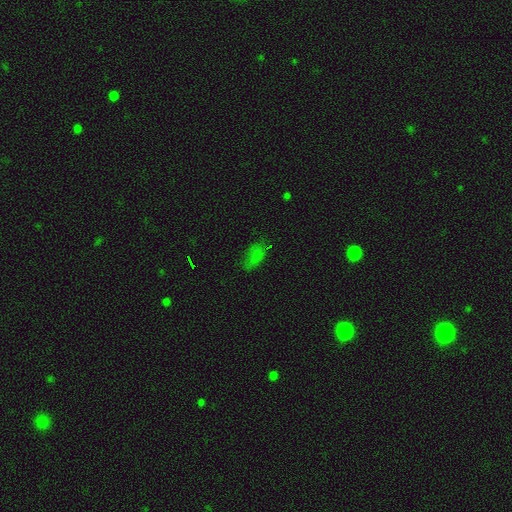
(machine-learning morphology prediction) The model was most divided on "merging": none: 58%, minor disturbance: 27%, major disturbance: 12%, merger: 3%. More confident: how rounded — in between (88%); smooth or featured — smooth (68%).